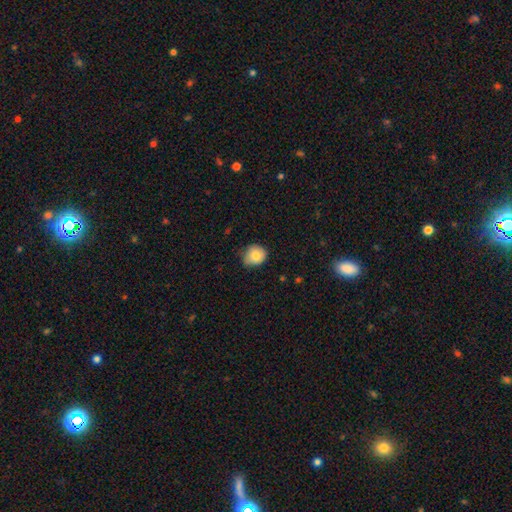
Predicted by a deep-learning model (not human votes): smooth-or-featured: smooth: 81% | featured or disk: 11% | star or artifact: 8%
  how-rounded: round: 71% | in between: 28% | cigar-shaped: 1%
  merging: none: 65% | minor disturbance: 29% | major disturbance: 4% | merger: 1%